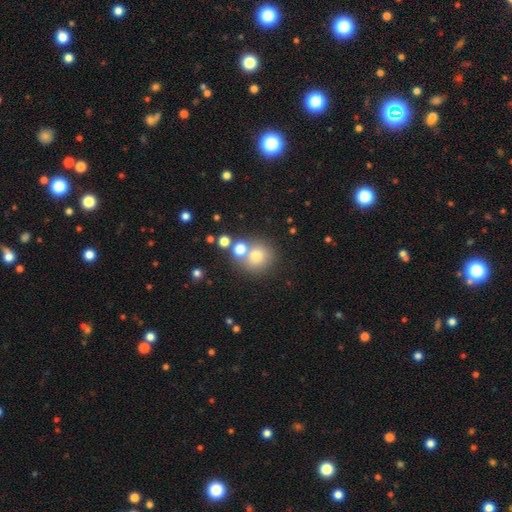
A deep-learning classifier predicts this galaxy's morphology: Overall: smooth (73%). How rounded: round (89%). Merging: none (62%; merger 26%).